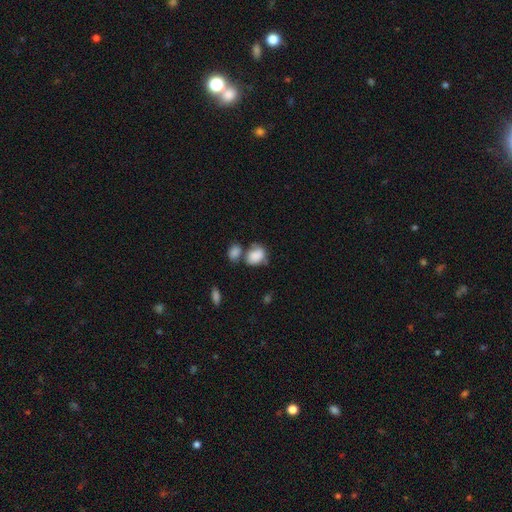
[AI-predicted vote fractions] smooth_or_featured: smooth (p=0.82) [alt: featured or disk p=0.10]
how_rounded: in between (p=0.69) [alt: round p=0.30]
merging: merger (p=0.40) [alt: none p=0.32]